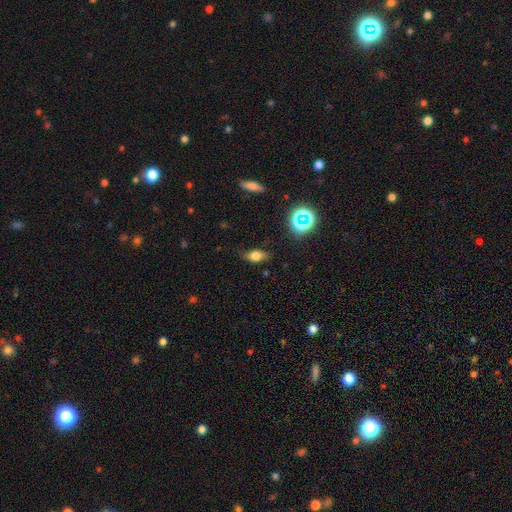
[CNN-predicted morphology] Smooth or featured? smooth (71%)
How rounded? in between (77%)
Merging? none (74%)